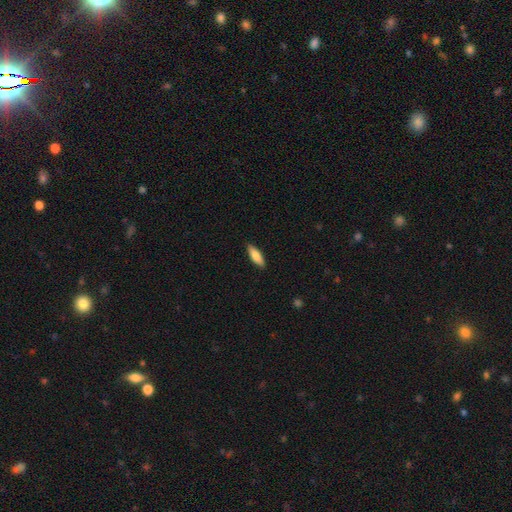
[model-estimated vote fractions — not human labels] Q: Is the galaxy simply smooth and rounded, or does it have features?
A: smooth — 80%.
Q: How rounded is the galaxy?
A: in between — 52%.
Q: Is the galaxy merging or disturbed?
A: none — 89%.